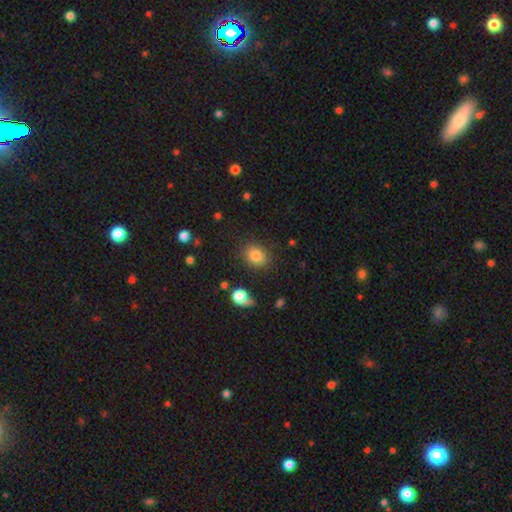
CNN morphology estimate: This appears to be a smooth galaxy with no disk features (80%) that is round (50%). Merging: none (81%).